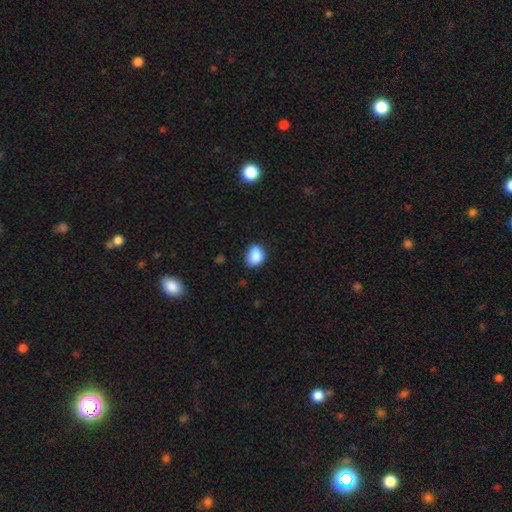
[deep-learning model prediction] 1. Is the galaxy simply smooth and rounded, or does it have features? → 87% smooth, 9% star or artifact, 4% featured or disk.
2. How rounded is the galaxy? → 53% in between, 46% round, 1% cigar-shaped.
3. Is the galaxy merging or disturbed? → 74% none, 21% minor disturbance, 4% major disturbance, 2% merger.